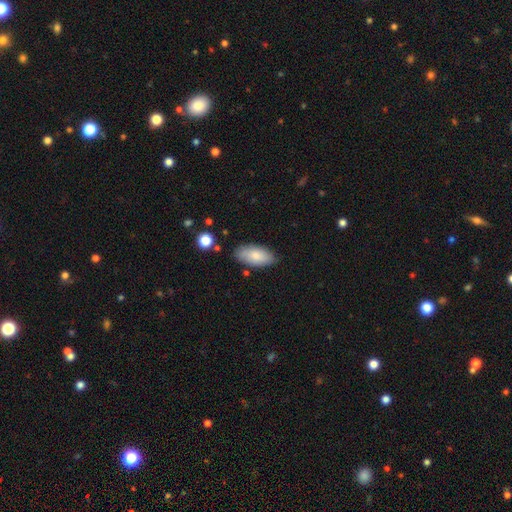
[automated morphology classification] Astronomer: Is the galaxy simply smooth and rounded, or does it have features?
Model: smooth — 80%.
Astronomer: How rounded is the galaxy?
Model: in between — 90%.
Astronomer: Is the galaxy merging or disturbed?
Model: none — 77%.